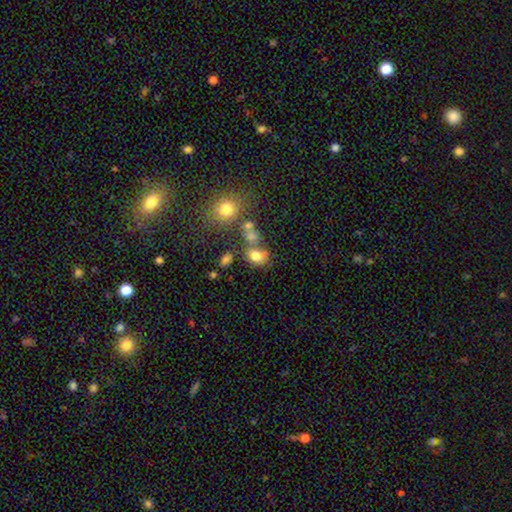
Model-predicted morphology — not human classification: smooth-or-featured: smooth: 74% | star or artifact: 14% | featured or disk: 12%
  how-rounded: in between: 53% | round: 46% | cigar-shaped: 1%
  merging: none: 51% | merger: 26% | minor disturbance: 15% | major disturbance: 8%